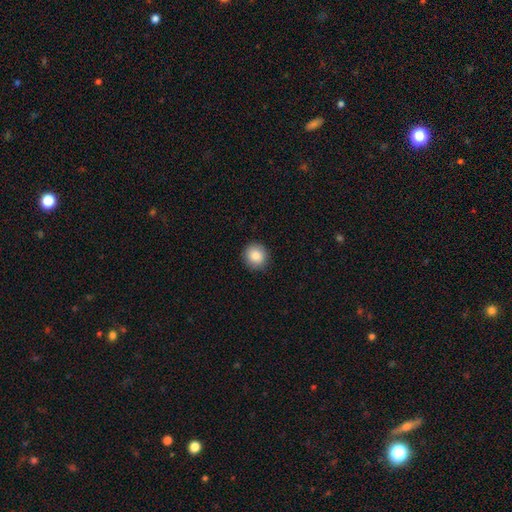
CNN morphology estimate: Smooth or featured?
  - smooth: 86% *
  - star or artifact: 9%
  - featured or disk: 5%
How rounded?
  - round: 89% *
  - in between: 10%
  - cigar-shaped: 1%
Merging?
  - none: 90% *
  - minor disturbance: 7%
  - major disturbance: 2%
  - merger: 1%